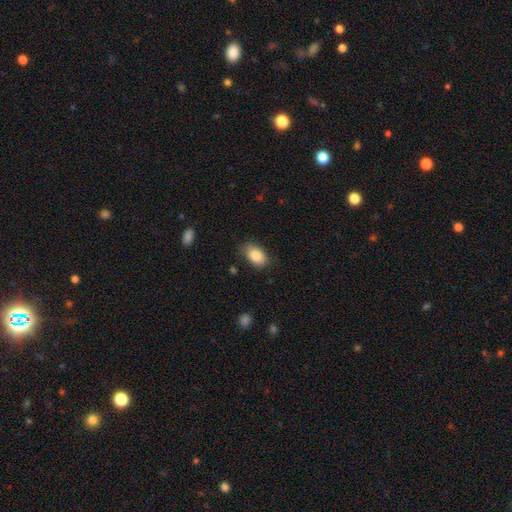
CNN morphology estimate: smooth-or-featured: smooth: 86% | star or artifact: 7% | featured or disk: 7%
  how-rounded: in between: 90% | round: 8% | cigar-shaped: 1%
  merging: none: 76% | minor disturbance: 19% | major disturbance: 4% | merger: 1%